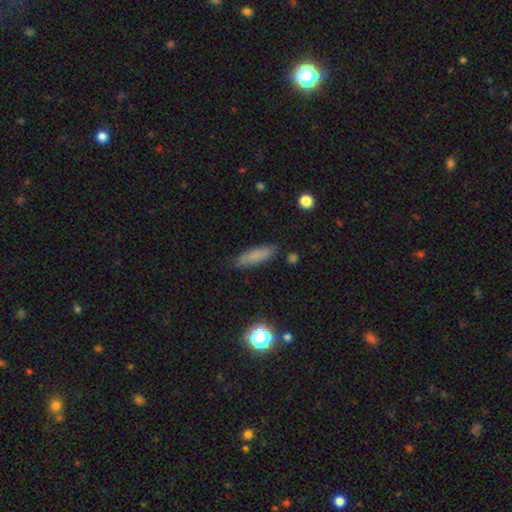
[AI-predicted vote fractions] Smooth or featured? Predicted: smooth (p=0.81). How rounded? Predicted: cigar-shaped (p=0.63). Merging? Predicted: none (p=0.85).